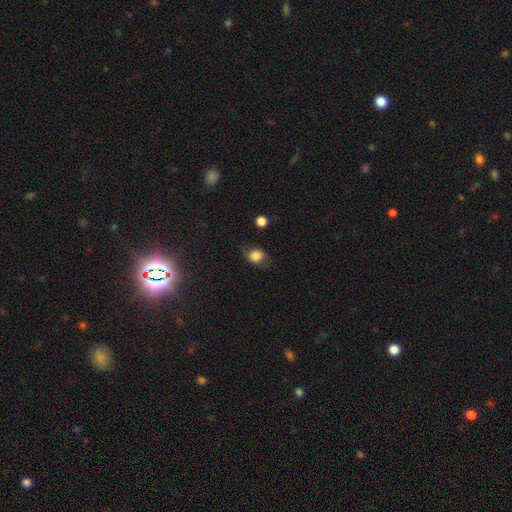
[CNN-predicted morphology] This is likely a smooth galaxy (77%). How rounded: possibly round (51%). Merging: likely none (63%).